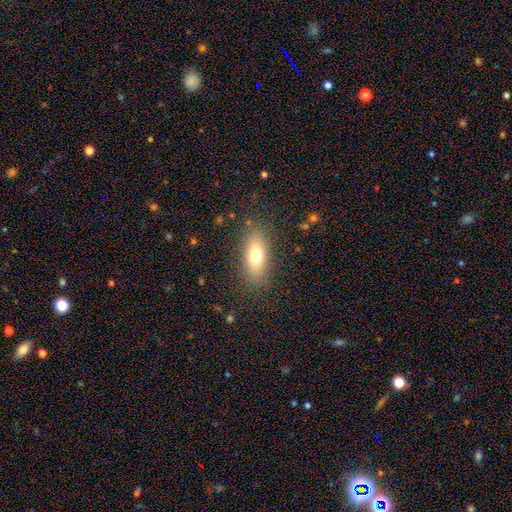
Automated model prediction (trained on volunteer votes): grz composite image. It shows a smooth galaxy with no disk features (74%) that is in between round and cigar-shaped (77%). Merging: none (84%).